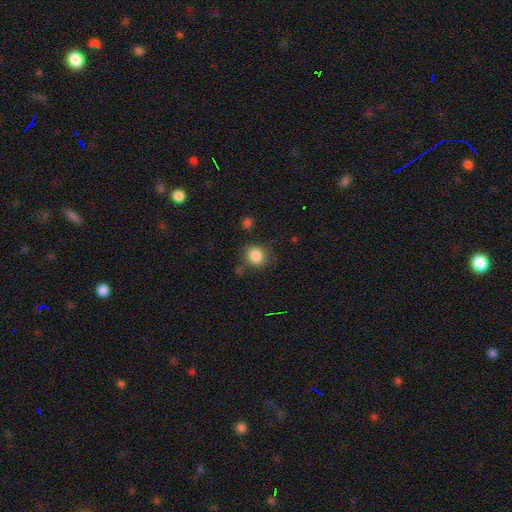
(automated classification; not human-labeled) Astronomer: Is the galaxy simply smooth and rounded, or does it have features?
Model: smooth — 86%.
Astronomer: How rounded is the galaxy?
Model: round — 66%.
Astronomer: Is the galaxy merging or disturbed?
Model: none — 76%.